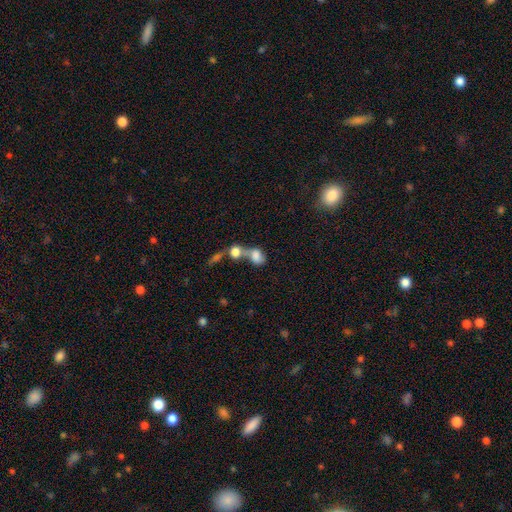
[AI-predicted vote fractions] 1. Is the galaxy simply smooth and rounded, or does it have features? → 73% smooth, 17% featured or disk, 10% star or artifact.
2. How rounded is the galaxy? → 63% in between, 35% round, 3% cigar-shaped.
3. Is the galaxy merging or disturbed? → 72% merger, 15% none, 7% major disturbance, 6% minor disturbance.